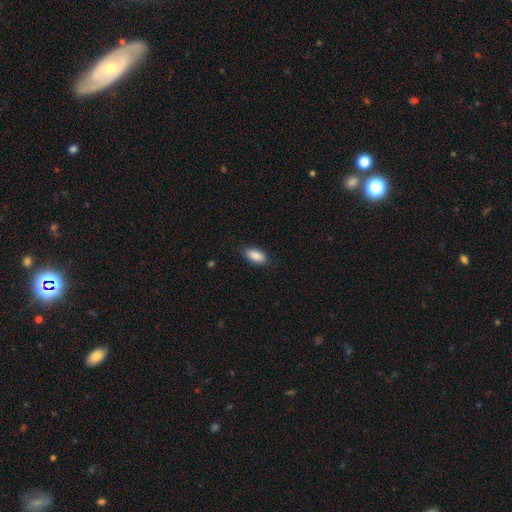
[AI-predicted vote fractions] smooth_or_featured: smooth (p=0.89) [alt: star or artifact p=0.07]
how_rounded: in between (p=0.88) [alt: cigar-shaped p=0.09]
merging: none (p=0.85) [alt: minor disturbance p=0.11]